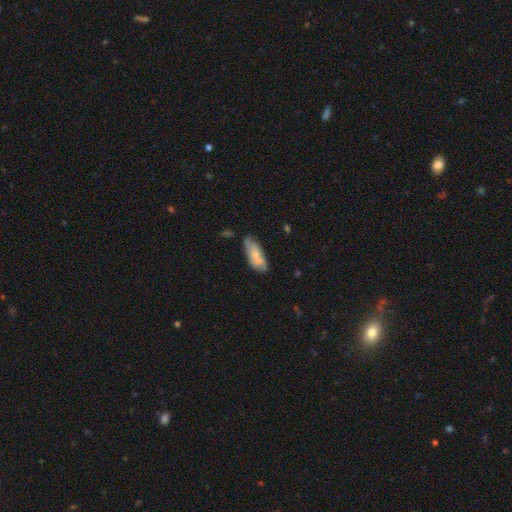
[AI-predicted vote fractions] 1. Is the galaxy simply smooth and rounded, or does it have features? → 68% smooth, 25% featured or disk, 7% star or artifact.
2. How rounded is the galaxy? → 76% in between, 22% cigar-shaped, 2% round.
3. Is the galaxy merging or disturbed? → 56% none, 30% minor disturbance, 8% major disturbance, 6% merger.